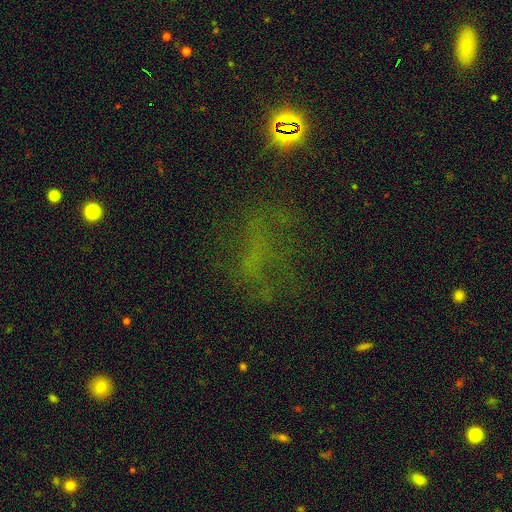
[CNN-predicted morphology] smooth-or-featured: star or artifact: 39% | smooth: 33% | featured or disk: 29%